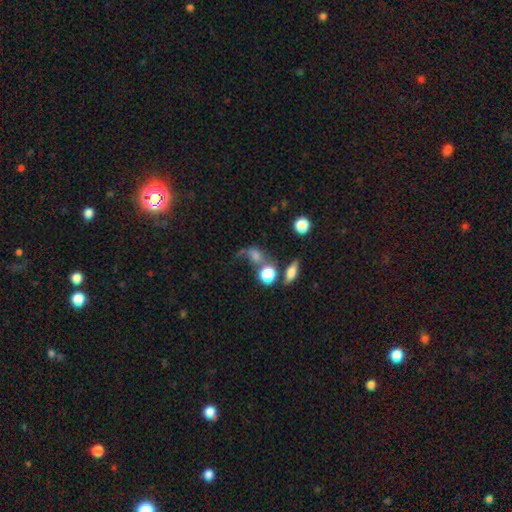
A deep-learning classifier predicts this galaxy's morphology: type=smooth (58%); roundness=round (48%); merging=none (32%).